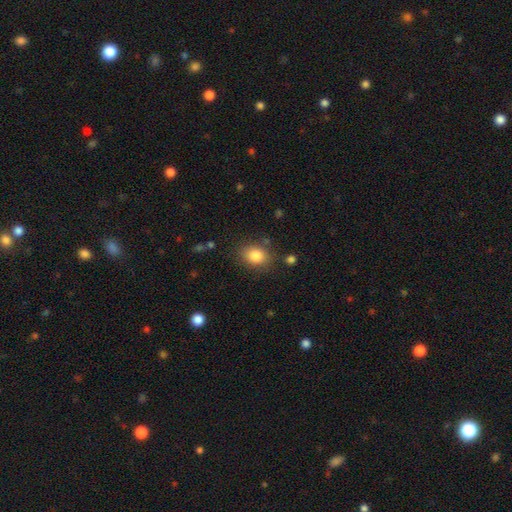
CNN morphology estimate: This appears to be a smooth galaxy with no disk features (84%) that is in between round and cigar-shaped (60%). Merging: none (80%).